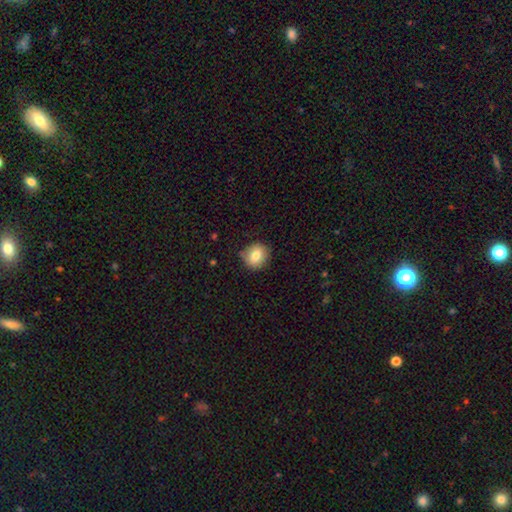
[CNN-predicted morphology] Smooth or featured? Predicted: smooth (p=0.79). How rounded? Predicted: round (p=0.76). Merging? Predicted: none (p=0.80).